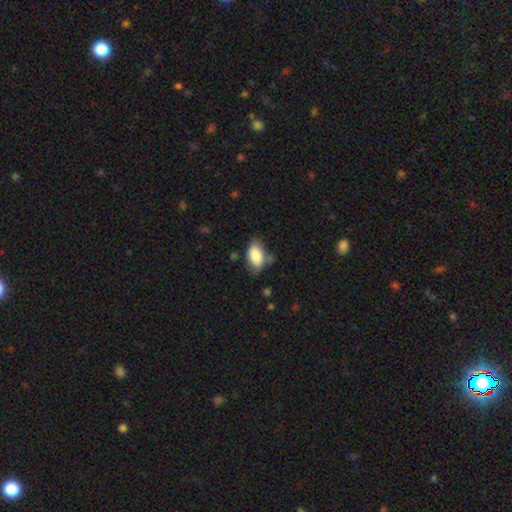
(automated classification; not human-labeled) smooth 82%, featured or disk 11%, star or artifact 7%. Down the decision tree: how rounded — in between (92%); merging — none (53%).